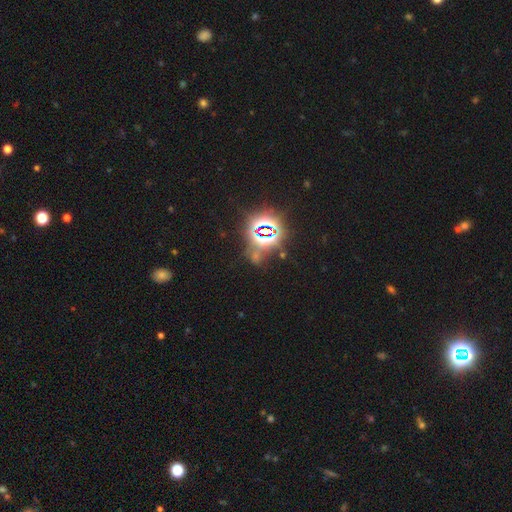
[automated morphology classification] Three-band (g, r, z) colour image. It shows a star or artifact, not a galaxy (80%).